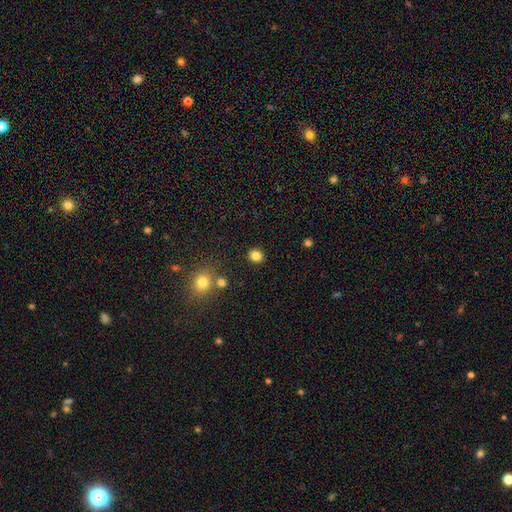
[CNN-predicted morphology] A smooth galaxy with no disk features (84%) that is round (67%). Merging: none (88%).